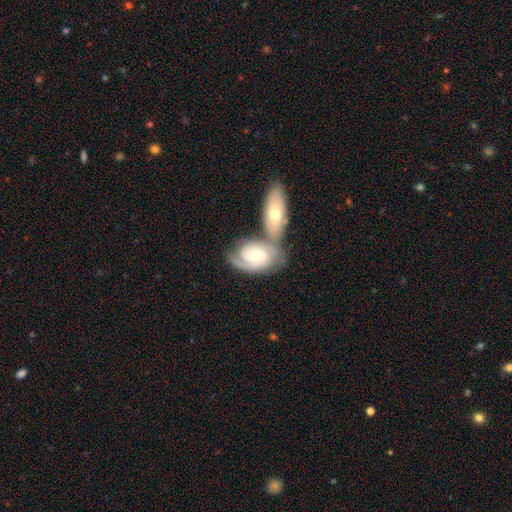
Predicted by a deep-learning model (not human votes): Overall: featured or disk (80%). Edge-on disk: no (95%). Bar: weak (49%; no 35%). Spiral arms: yes (96%). Spiral arm count: 2 (64%). Spiral winding: tight (53%; medium 38%). Bulge size: moderate (65%; small 29%). Merging: merger (52%; none 33%).